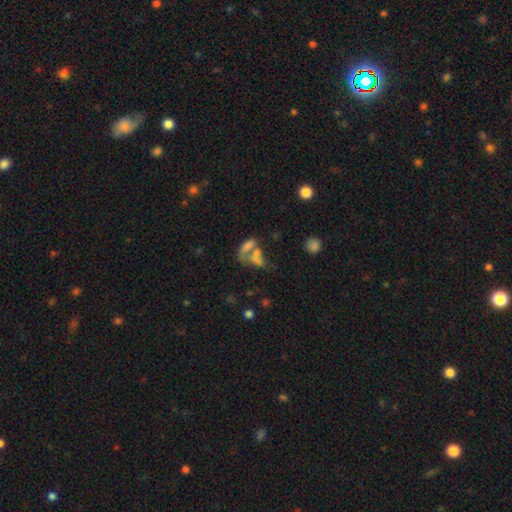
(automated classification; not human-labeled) A smooth galaxy with no disk features (53%) that is in between round and cigar-shaped (72%).

Vote fractions:
- Smooth or featured? smooth: 53% / featured or disk: 27% / star or artifact: 20%
- How rounded? in between: 72% / round: 15% / cigar-shaped: 13%
- Merging? merger: 59% / none: 21% / major disturbance: 11% / minor disturbance: 8%